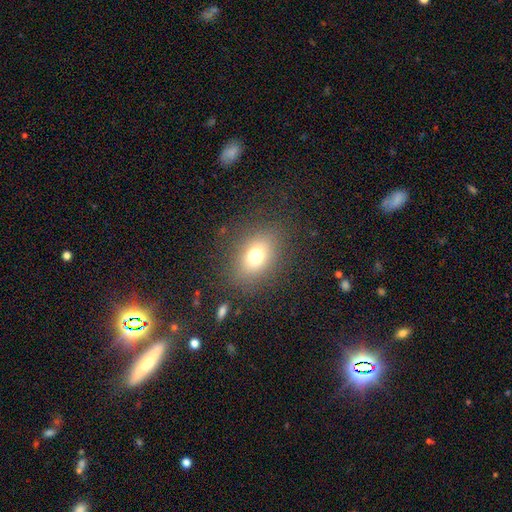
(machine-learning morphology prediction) type=smooth (70%); roundness=in between (60%); merging=none (82%).